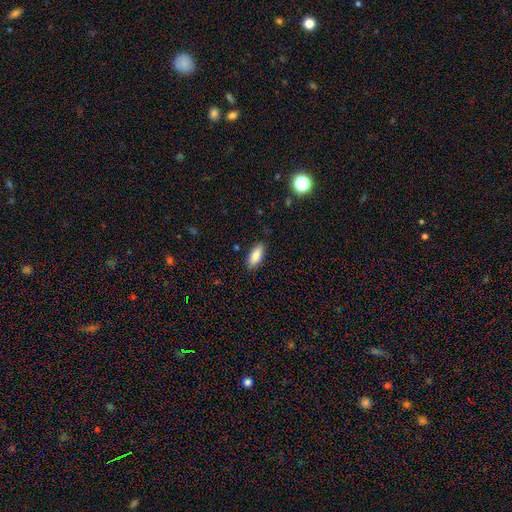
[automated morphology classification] A smooth galaxy with no disk features (87%) that is in between round and cigar-shaped (84%).

Vote fractions:
- Smooth or featured? smooth: 87% / star or artifact: 7% / featured or disk: 7%
- How rounded? in between: 84% / cigar-shaped: 14% / round: 2%
- Merging? none: 85% / minor disturbance: 11% / major disturbance: 2% / merger: 1%